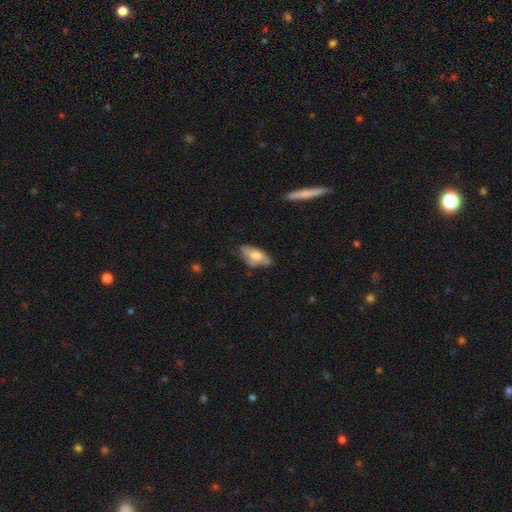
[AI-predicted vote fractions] Overall: smooth (59%; featured or disk 34%). How rounded: in between (82%). Merging: none (62%; minor disturbance 27%).